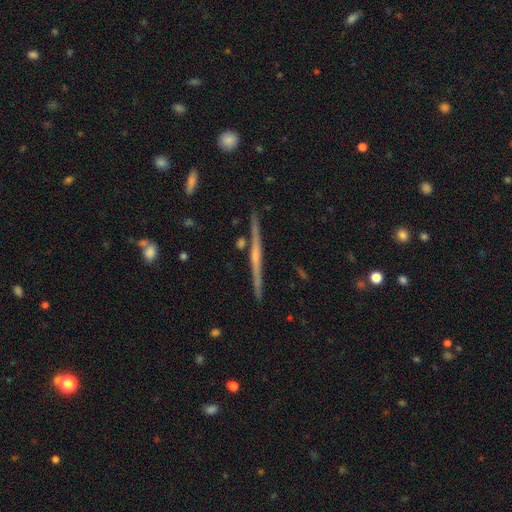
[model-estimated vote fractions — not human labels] Overall: featured or disk (77%). Edge-on disk: yes (98%). Edge-on bulge: rounded (52%; none 39%). Merging: none (90%).